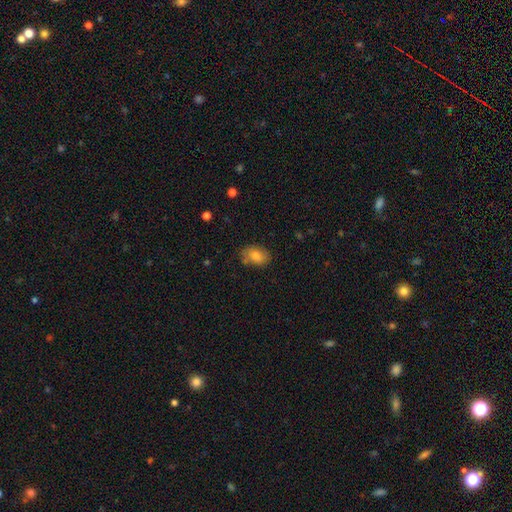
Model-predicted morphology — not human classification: Smooth or featured?
  - smooth: 77% *
  - featured or disk: 13%
  - star or artifact: 10%
How rounded?
  - in between: 76% *
  - round: 23%
  - cigar-shaped: 1%
Merging?
  - none: 78% *
  - minor disturbance: 15%
  - major disturbance: 3%
  - merger: 3%